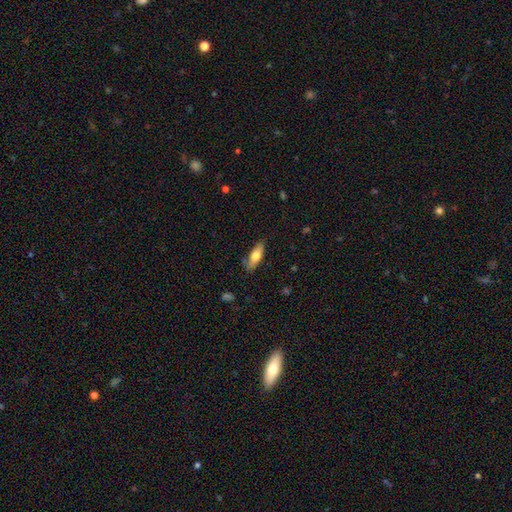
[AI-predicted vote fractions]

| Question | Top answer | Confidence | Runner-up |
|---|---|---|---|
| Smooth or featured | smooth | 67% | featured or disk (27%) |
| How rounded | in between | 56% | cigar-shaped (42%) |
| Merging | none | 77% | minor disturbance (17%) |